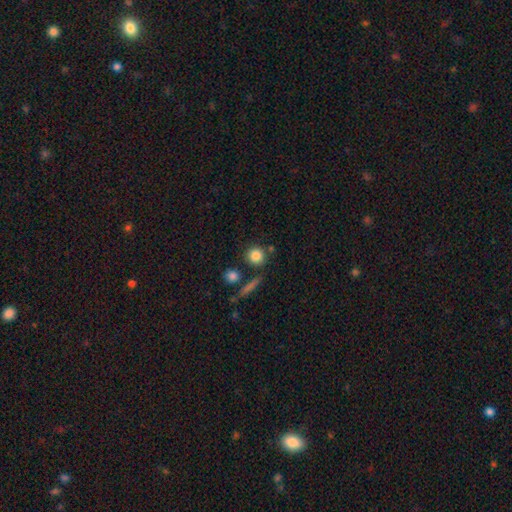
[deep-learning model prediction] The model was most divided on "merging": none: 79%, minor disturbance: 9%, merger: 9%, major disturbance: 3%. More confident: how rounded — round (90%); smooth or featured — smooth (84%).